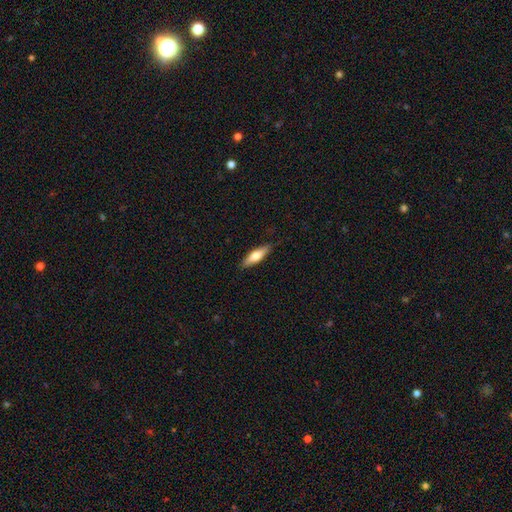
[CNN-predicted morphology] The model was most divided on "how rounded": cigar-shaped: 62%, in between: 36%, round: 2%. More confident: merging — none (86%); smooth or featured — smooth (60%).